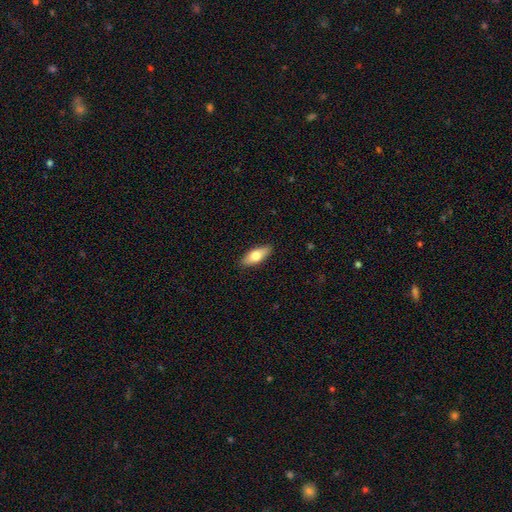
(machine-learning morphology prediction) This is likely a smooth galaxy (70%). How rounded: likely in between (74%). Merging: clearly none (89%).